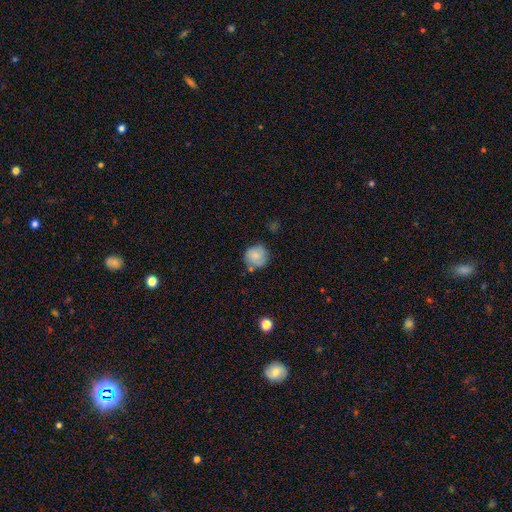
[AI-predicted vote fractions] A smooth galaxy with no disk features (74%) that is round (89%). Merging: none (66%).